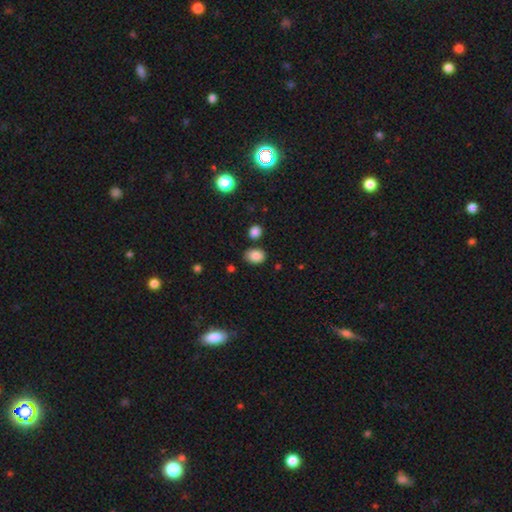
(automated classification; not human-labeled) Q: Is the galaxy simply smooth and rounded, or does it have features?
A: smooth — 85%.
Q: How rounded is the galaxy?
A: in between — 72%.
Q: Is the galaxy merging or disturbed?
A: none — 78%.